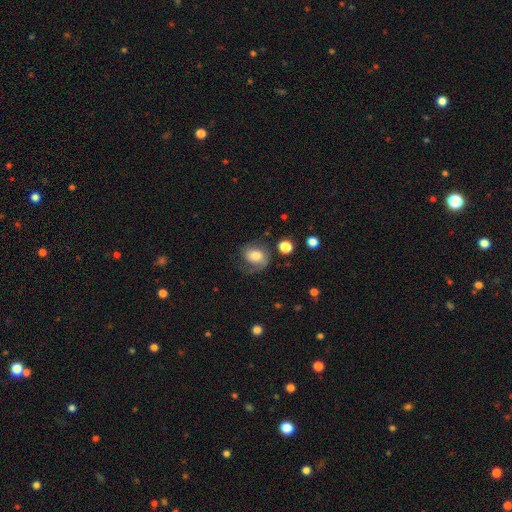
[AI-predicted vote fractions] Q: Smooth or featured?
A: smooth (47%); runner-up: featured or disk (44%)
Q: Merging?
A: none (53%); runner-up: minor disturbance (23%)